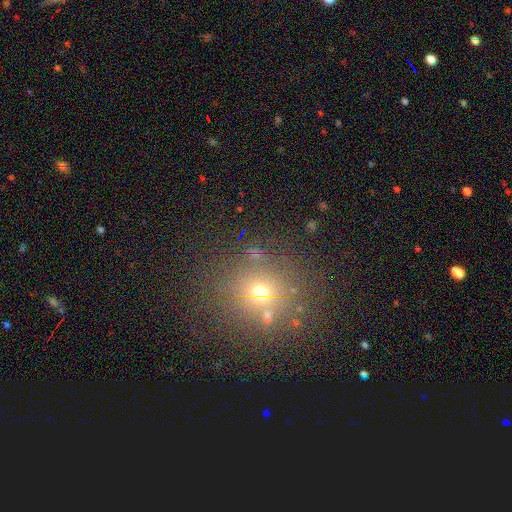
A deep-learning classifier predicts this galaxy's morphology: Q: Smooth or featured?
A: smooth (57%); runner-up: star or artifact (29%)
Q: How rounded?
A: round (84%); runner-up: in between (15%)
Q: Merging?
A: none (76%); runner-up: minor disturbance (11%)